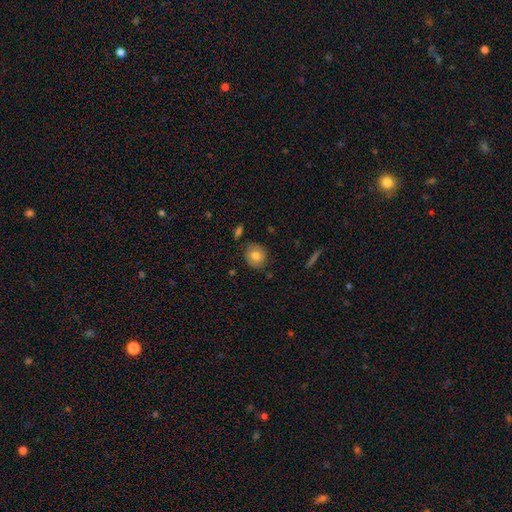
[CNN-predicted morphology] smooth-or-featured: smooth: 74% | featured or disk: 17% | star or artifact: 8%
  how-rounded: round: 81% | in between: 18% | cigar-shaped: 1%
  merging: none: 84% | minor disturbance: 11% | major disturbance: 2% | merger: 2%